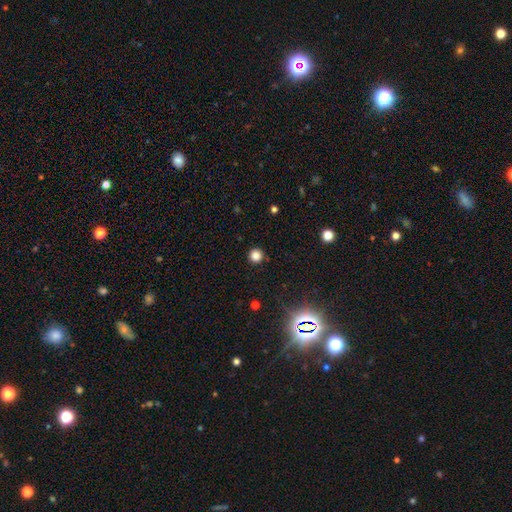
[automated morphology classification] A smooth galaxy with no disk features (81%) that is round (95%).

Vote fractions:
- Smooth or featured? smooth: 81% / star or artifact: 15% / featured or disk: 3%
- How rounded? round: 95% / in between: 4% / cigar-shaped: 1%
- Merging? none: 92% / minor disturbance: 5% / major disturbance: 2% / merger: 1%